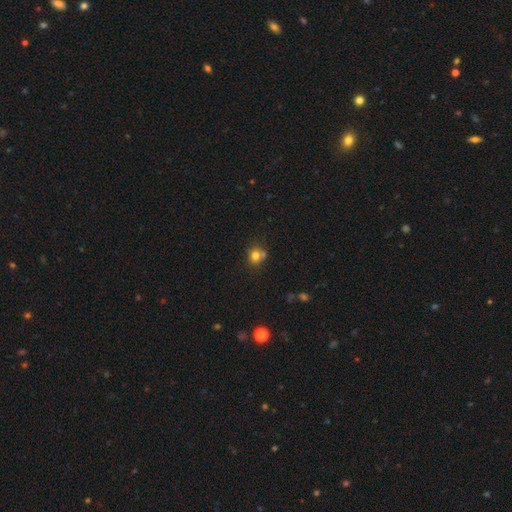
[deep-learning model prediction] Smooth or featured: smooth — 76% (star or artifact — 14%)
How rounded: round — 82% (in between — 17%)
Merging: none — 59% (merger — 25%)